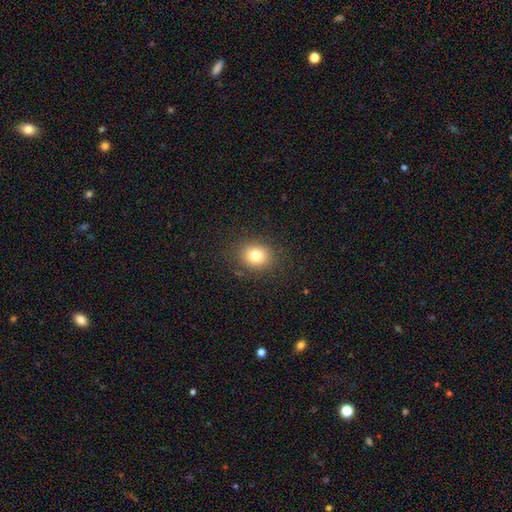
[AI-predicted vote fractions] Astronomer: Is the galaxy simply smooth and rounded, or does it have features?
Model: smooth — 78%.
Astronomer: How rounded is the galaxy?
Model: round — 67%.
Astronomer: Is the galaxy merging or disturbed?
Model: none — 87%.